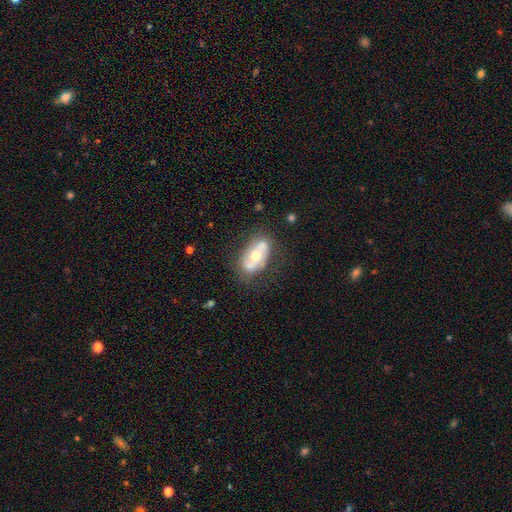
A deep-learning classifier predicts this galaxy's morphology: Smooth or featured? Predicted: featured or disk (p=0.60). Edge-on disk? Predicted: no (p=0.91). Bar? Predicted: no (p=0.72). Spiral arms? Predicted: no (p=0.62). Bulge size? Predicted: moderate (p=0.70). Merging? Predicted: none (p=0.65).